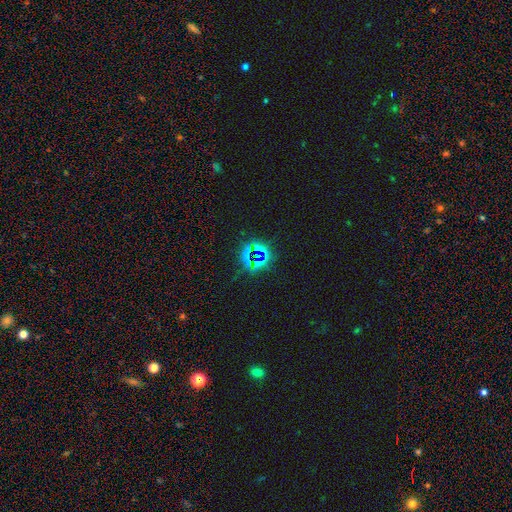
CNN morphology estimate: The model was most divided on "smooth or featured": star or artifact: 72%, smooth: 19%, featured or disk: 9%.